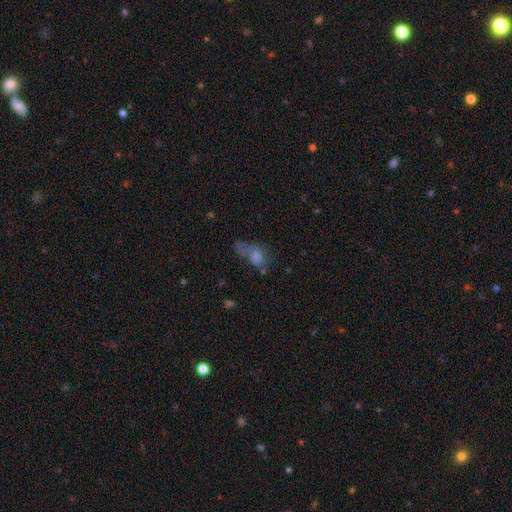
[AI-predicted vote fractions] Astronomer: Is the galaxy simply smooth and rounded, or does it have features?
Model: smooth — 59%.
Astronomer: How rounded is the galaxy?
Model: in between — 73%.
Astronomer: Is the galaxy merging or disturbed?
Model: major disturbance — 35% (runner-up: none, 26%).